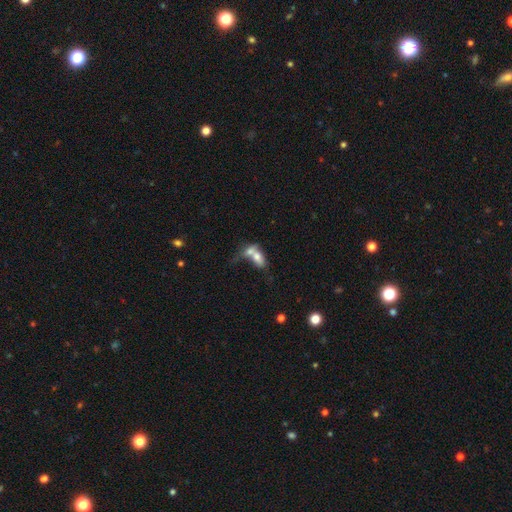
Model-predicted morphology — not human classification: Smooth or featured: smooth — 64% (featured or disk — 27%)
How rounded: in between — 78% (round — 14%)
Merging: merger — 71% (none — 13%)